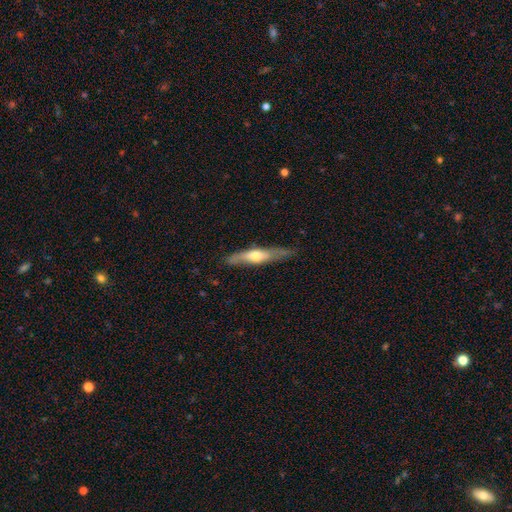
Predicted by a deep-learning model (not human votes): smooth-or-featured: featured or disk: 51% | smooth: 43% | star or artifact: 5%
  disk-edge-on: yes: 83% | no: 17%
  merging: none: 77% | minor disturbance: 18% | major disturbance: 4% | merger: 1%